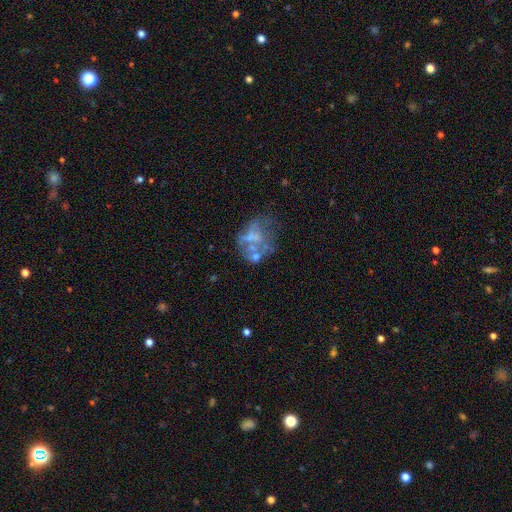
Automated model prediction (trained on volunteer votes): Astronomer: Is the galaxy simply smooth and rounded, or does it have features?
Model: featured or disk — 62%.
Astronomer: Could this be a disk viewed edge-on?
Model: no — 98%.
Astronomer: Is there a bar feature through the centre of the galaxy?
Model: no — 86%.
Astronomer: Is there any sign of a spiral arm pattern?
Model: no — 85%.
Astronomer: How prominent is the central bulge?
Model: none — 57%.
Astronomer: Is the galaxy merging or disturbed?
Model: none — 35% (runner-up: major disturbance, 29%).